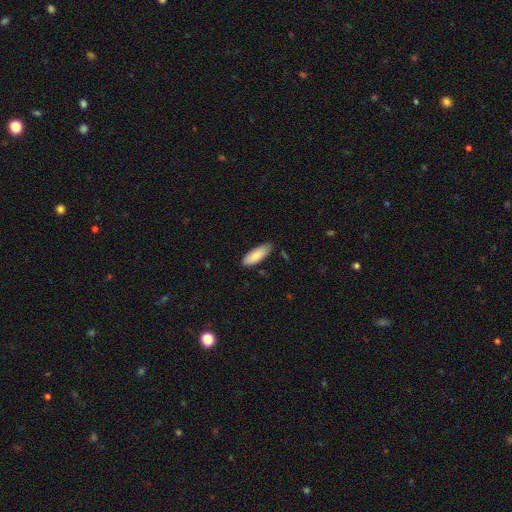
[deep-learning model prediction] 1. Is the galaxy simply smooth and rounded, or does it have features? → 83% smooth, 11% featured or disk, 6% star or artifact.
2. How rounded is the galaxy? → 71% in between, 27% cigar-shaped, 2% round.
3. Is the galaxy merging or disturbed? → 78% none, 18% minor disturbance, 2% major disturbance, 2% merger.